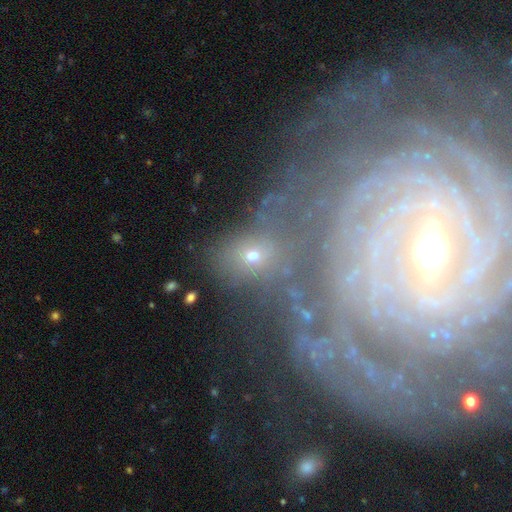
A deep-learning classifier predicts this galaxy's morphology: This appears to be a featured or disk galaxy (46%). Merging: none (67%).